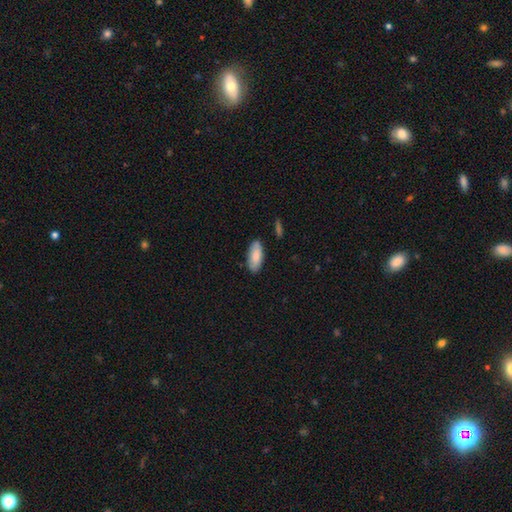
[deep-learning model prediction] Smooth or featured: smooth — 84% (featured or disk — 10%)
How rounded: in between — 84% (cigar-shaped — 14%)
Merging: none — 84% (minor disturbance — 12%)